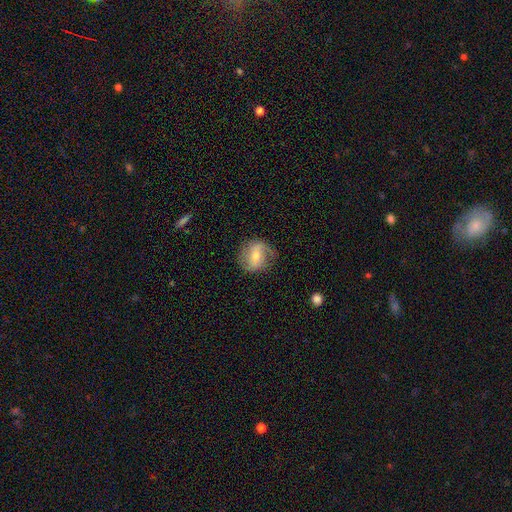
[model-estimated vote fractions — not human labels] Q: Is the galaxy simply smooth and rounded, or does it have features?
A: featured or disk — 64%.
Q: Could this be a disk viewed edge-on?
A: no — 96%.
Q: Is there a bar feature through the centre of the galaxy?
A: weak — 42%.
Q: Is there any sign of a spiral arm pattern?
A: yes — 86%.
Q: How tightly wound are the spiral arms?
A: medium — 41%.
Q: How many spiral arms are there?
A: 2 — 80%.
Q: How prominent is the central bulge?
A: moderate — 53%.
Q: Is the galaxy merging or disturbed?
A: none — 75%.